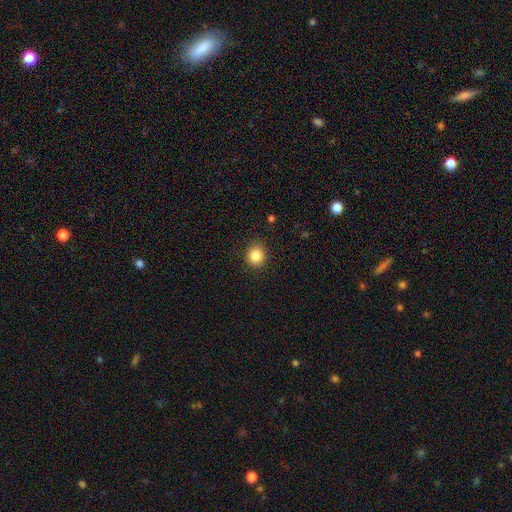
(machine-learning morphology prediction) The model was most divided on "how rounded": round: 82%, in between: 17%, cigar-shaped: 1%. More confident: merging — none (89%); smooth or featured — smooth (84%).